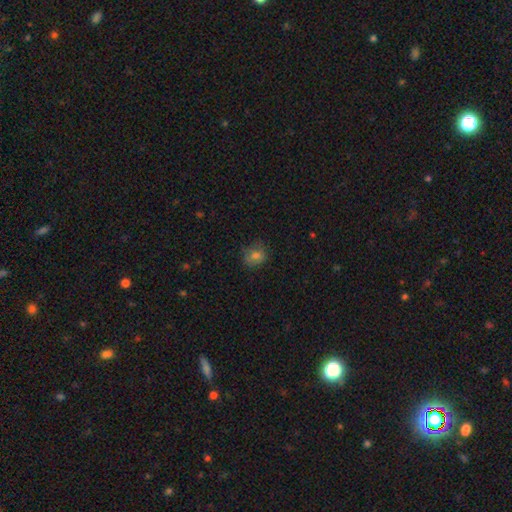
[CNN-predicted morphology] Q: Smooth or featured?
A: smooth (77%); runner-up: star or artifact (13%)
Q: How rounded?
A: round (66%); runner-up: in between (33%)
Q: Merging?
A: none (75%); runner-up: minor disturbance (19%)